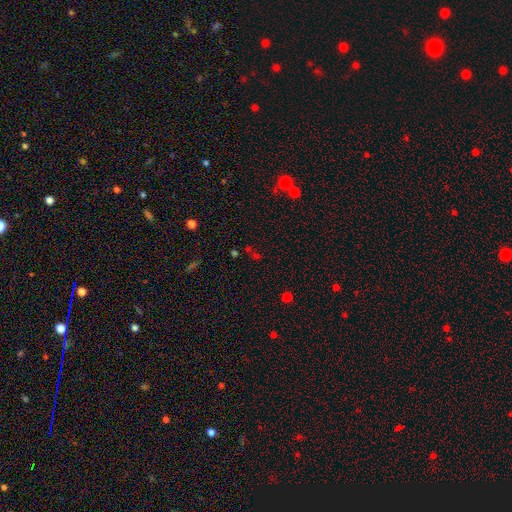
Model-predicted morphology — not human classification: type=star or artifact (52%).